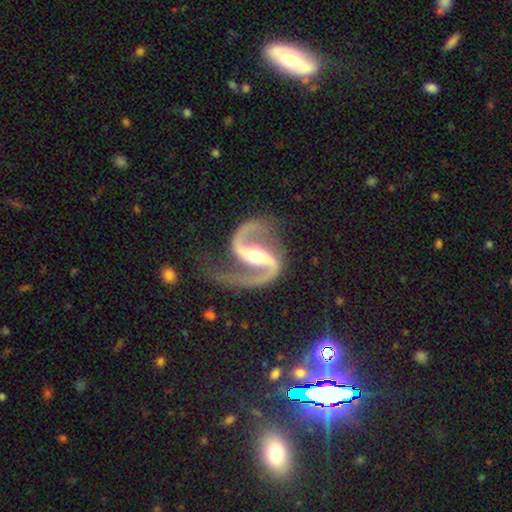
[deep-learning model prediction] A featured or disk galaxy (94%) with a strong bar (53%), 2 (93%) medium (61%) spiral arms (99%) and a moderate central bulge (67%).

Vote fractions:
- Smooth or featured? featured or disk: 94% / star or artifact: 4% / smooth: 2%
- Edge-on disk? no: 98% / yes: 2%
- Bar? strong: 53% / weak: 31% / no: 15%
- Spiral arms? yes: 99% / no: 1%
- Spiral winding? medium: 61% / loose: 27% / tight: 12%
- Spiral arm count? 2: 93% / 1: 3% / can't tell: 1% / 3: 1% / 4: 1% / more than 4: 1%
- Bulge size? moderate: 67% / small: 24% / large: 6% / none: 2% / dominant: 1%
- Merging? none: 72% / minor disturbance: 16% / major disturbance: 10% / merger: 2%